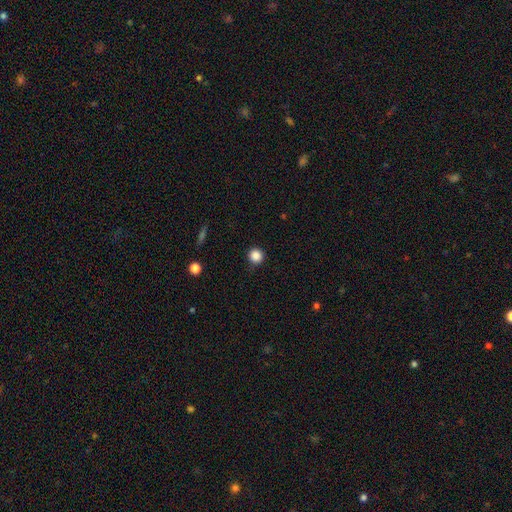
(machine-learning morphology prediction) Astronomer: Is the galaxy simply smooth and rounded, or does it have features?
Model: smooth — 87%.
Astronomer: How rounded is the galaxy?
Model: round — 95%.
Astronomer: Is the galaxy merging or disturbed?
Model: none — 89%.